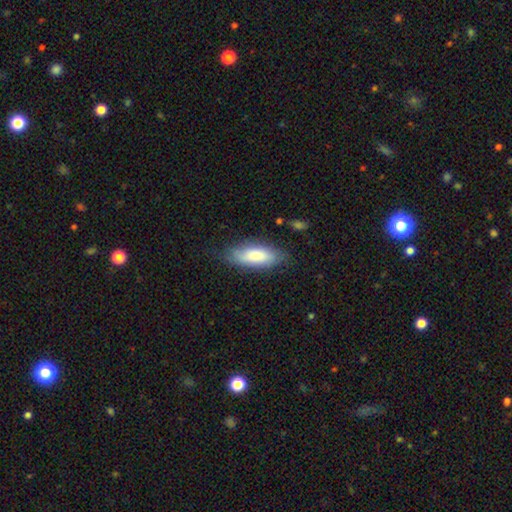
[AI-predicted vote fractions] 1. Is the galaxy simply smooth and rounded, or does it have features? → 77% smooth, 17% featured or disk, 6% star or artifact.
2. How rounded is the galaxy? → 75% in between, 23% cigar-shaped, 2% round.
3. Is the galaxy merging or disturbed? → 76% none, 18% minor disturbance, 5% major disturbance, 1% merger.